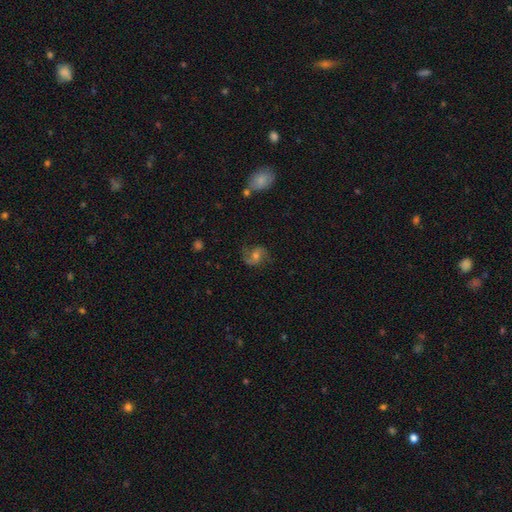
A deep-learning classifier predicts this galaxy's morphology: smooth-or-featured: featured or disk: 75% | smooth: 15% | star or artifact: 10%
  disk-edge-on: no: 97% | yes: 3%
    bar: no: 54% | weak: 36% | strong: 10%
    has-spiral-arms: yes: 95% | no: 5%
      spiral-winding: medium: 48% | loose: 39% | tight: 13%
      spiral-arm-count: 2: 89% | can't tell: 4% | 1: 4% | 3: 1% | 4: 1% | more than 4: 1%
    bulge-size: moderate: 58% | small: 32% | large: 6% | none: 3% | dominant: 1%
  merging: none: 73% | minor disturbance: 16% | major disturbance: 9% | merger: 2%